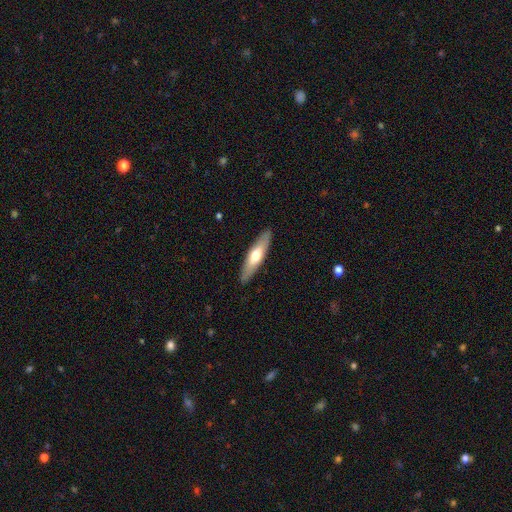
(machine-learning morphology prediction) smooth-or-featured: smooth: 53% | featured or disk: 42% | star or artifact: 5%
  how-rounded: cigar-shaped: 71% | in between: 28% | round: 2%
  merging: none: 89% | minor disturbance: 8% | major disturbance: 2% | merger: 1%